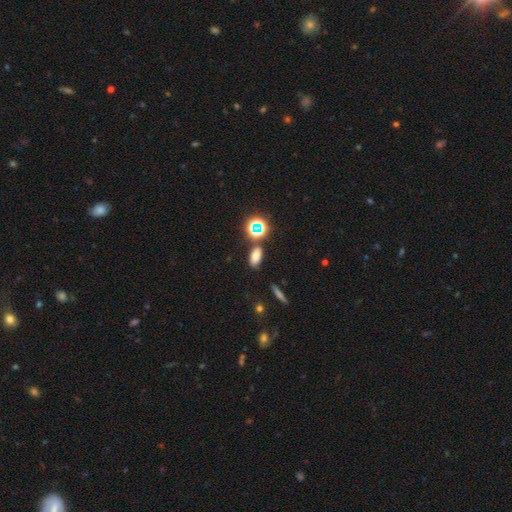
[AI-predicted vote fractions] Q: Smooth or featured?
A: smooth (70%); runner-up: star or artifact (21%)
Q: How rounded?
A: in between (81%); runner-up: round (11%)
Q: Merging?
A: none (80%); runner-up: minor disturbance (10%)